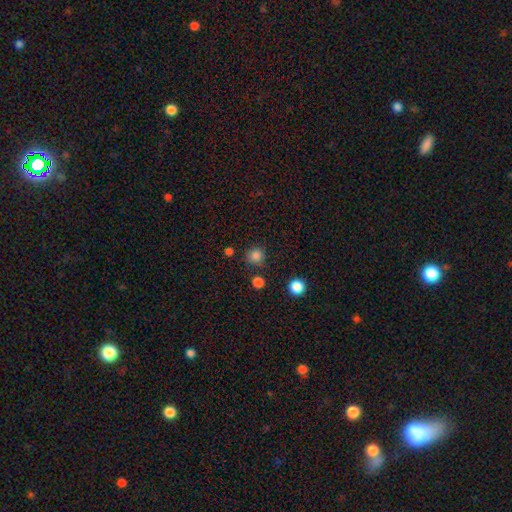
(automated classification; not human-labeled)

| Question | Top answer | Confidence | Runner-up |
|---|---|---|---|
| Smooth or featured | smooth | 82% | star or artifact (14%) |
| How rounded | round | 92% | in between (7%) |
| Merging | none | 83% | minor disturbance (10%) |